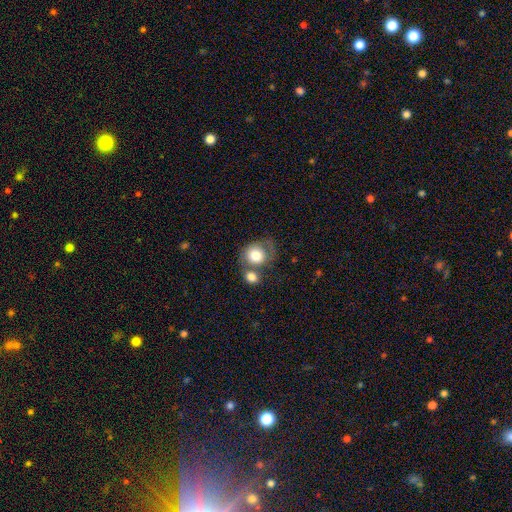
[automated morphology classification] smooth-or-featured: smooth: 77% | featured or disk: 16% | star or artifact: 8%
  how-rounded: round: 74% | in between: 25% | cigar-shaped: 1%
  merging: none: 39% (tied) | merger: 39% (tied) | minor disturbance: 14% | major disturbance: 8%